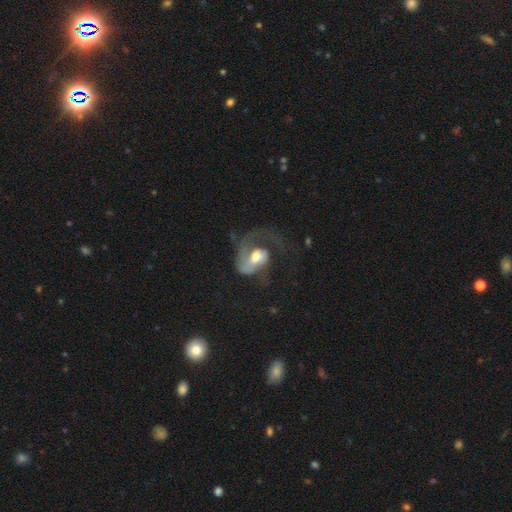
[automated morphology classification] type=featured or disk (74%); edge-on=no (97%); bar=no (52%); spiral arms=yes (87%); winding=medium (41%); arm count=1 (67%); bulge=moderate (60%); merging=major disturbance (52%).